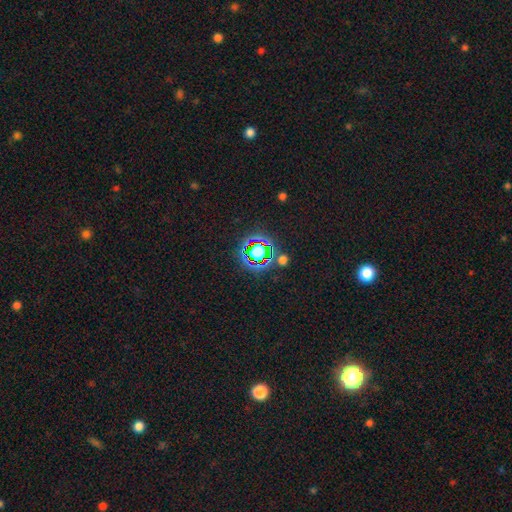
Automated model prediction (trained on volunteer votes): A star or artifact, not a galaxy (80%).